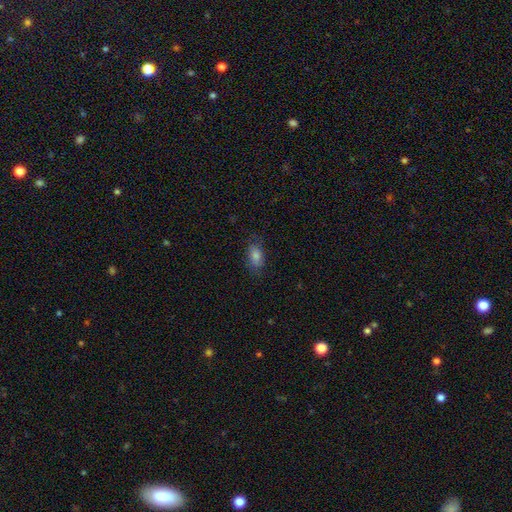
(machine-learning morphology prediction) A smooth galaxy with no disk features (72%) that is in between round and cigar-shaped (86%). Merging: none (78%).